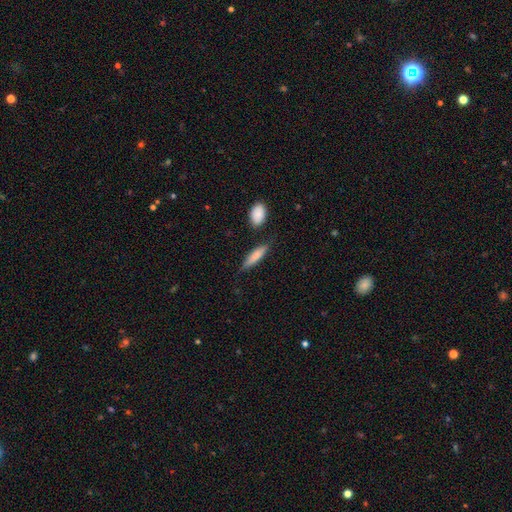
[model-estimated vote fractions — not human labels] A smooth galaxy with no disk features (76%) that is cigar-shaped (68%). Merging: none (72%).